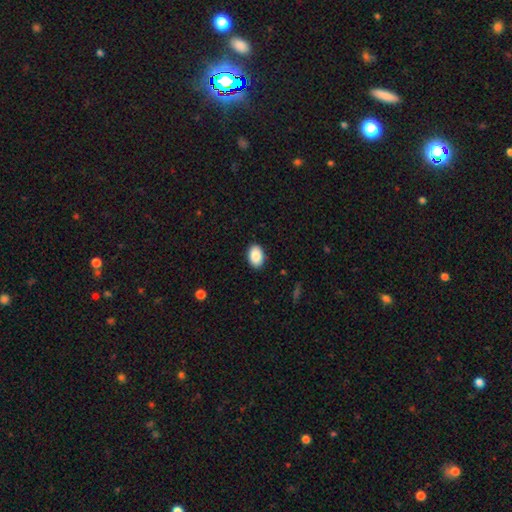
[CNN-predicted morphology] This is clearly a smooth galaxy (89%). How rounded: clearly in between (88%). Merging: clearly none (89%).